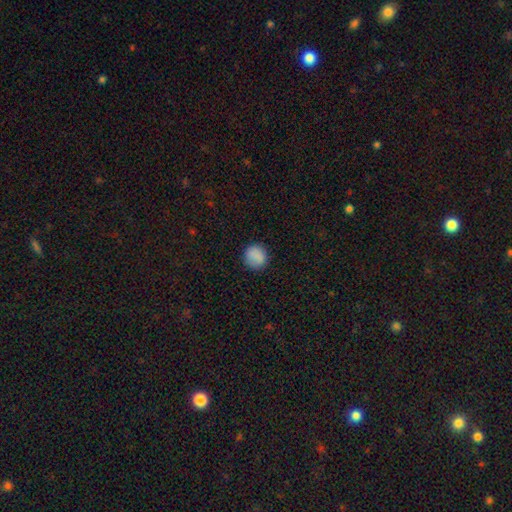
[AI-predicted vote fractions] Smooth or featured?
  - smooth: 88% *
  - star or artifact: 9%
  - featured or disk: 4%
How rounded?
  - round: 91% *
  - in between: 8%
  - cigar-shaped: 1%
Merging?
  - none: 89% *
  - minor disturbance: 8%
  - major disturbance: 2%
  - merger: 1%